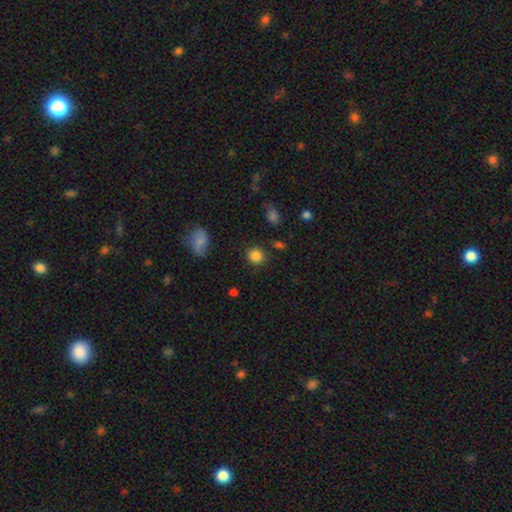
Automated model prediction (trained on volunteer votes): The model was most divided on "smooth or featured": smooth: 84%, star or artifact: 11%, featured or disk: 5%. More confident: how rounded — round (86%); merging — none (86%).